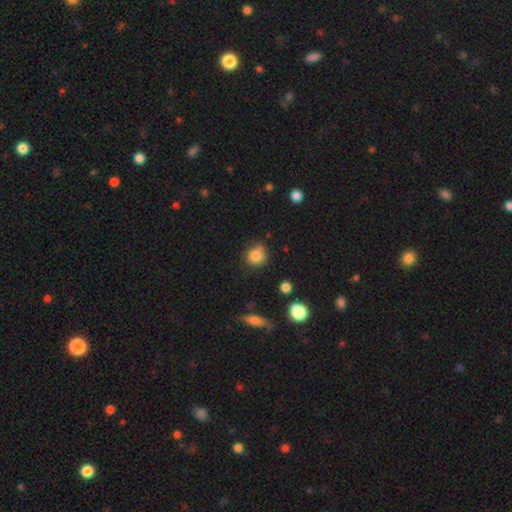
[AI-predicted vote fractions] A smooth galaxy with no disk features (84%) that is round (83%). Merging: none (70%).